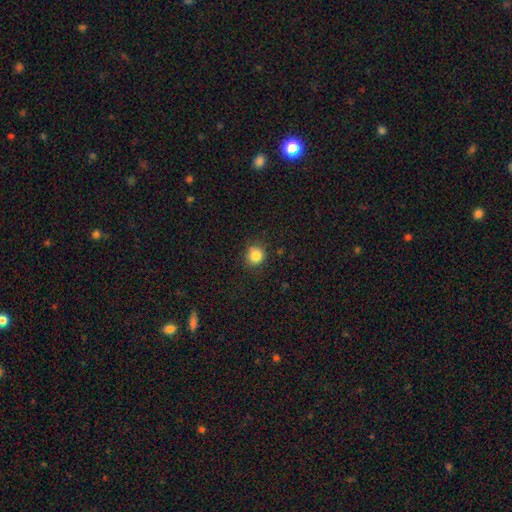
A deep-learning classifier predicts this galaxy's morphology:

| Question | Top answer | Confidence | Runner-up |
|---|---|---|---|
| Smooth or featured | smooth | 85% | star or artifact (11%) |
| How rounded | round | 88% | in between (11%) |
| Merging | none | 86% | minor disturbance (10%) |